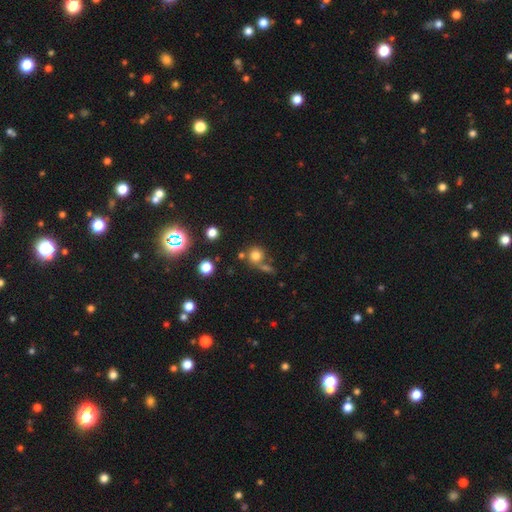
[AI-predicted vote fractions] smooth_or_featured: smooth (p=0.76) [alt: star or artifact p=0.15]
how_rounded: round (p=0.89) [alt: in between p=0.10]
merging: none (p=0.59) [alt: merger p=0.24]